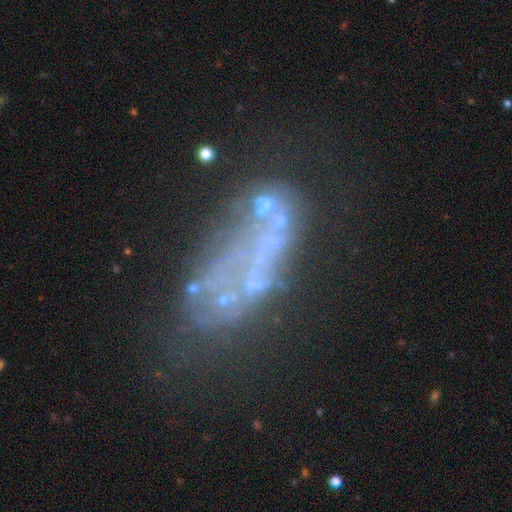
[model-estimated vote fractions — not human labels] Overall: featured or disk (61%). Edge-on disk: no (89%). Bar: no (93%). Spiral arms: no (94%). Bulge size: none (84%). Merging: none (41%; major disturbance 25%).